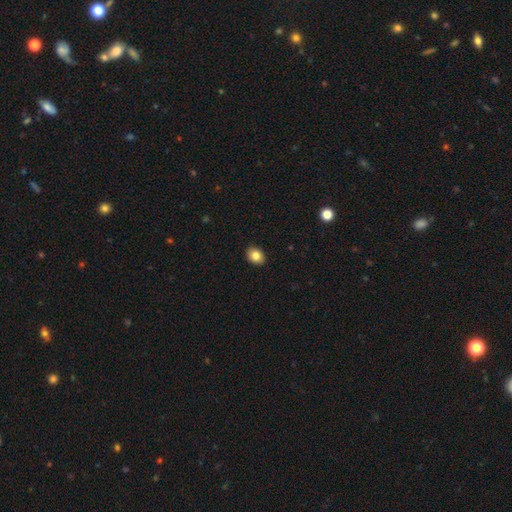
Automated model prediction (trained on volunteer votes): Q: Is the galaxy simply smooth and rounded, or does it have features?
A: smooth — 84%.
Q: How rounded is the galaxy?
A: in between — 56%.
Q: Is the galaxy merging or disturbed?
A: none — 91%.